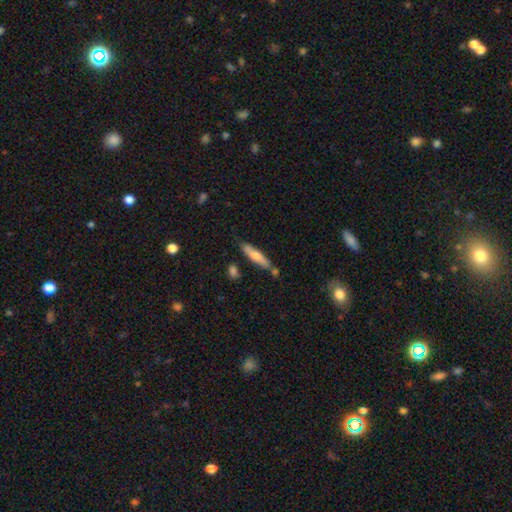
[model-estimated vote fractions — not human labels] Smooth or featured?
  - smooth: 65% *
  - featured or disk: 30%
  - star or artifact: 6%
How rounded?
  - cigar-shaped: 79% *
  - in between: 19%
  - round: 2%
Merging?
  - none: 72% *
  - minor disturbance: 16%
  - merger: 9%
  - major disturbance: 3%